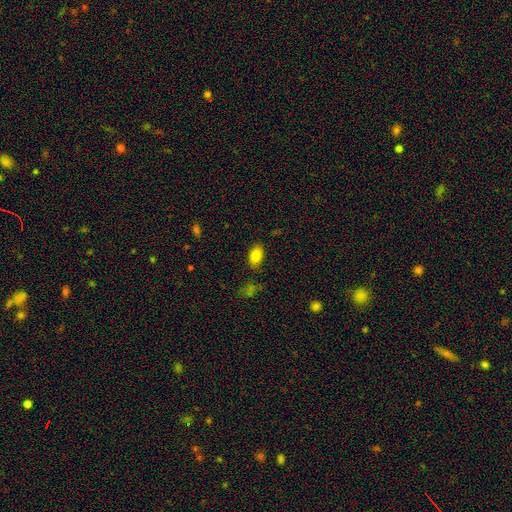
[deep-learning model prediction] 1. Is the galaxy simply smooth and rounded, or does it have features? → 82% smooth, 9% star or artifact, 9% featured or disk.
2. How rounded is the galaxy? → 88% in between, 11% round, 2% cigar-shaped.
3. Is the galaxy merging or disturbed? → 83% none, 12% minor disturbance, 3% major disturbance, 2% merger.